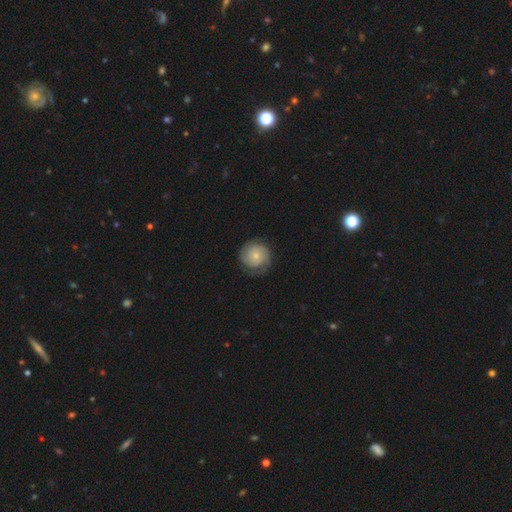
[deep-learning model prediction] A featured or disk galaxy (63%) with no bar (80%), 2 (59%) tight (65%) spiral arms (91%) and a small central bulge (61%). Merging: none (74%).